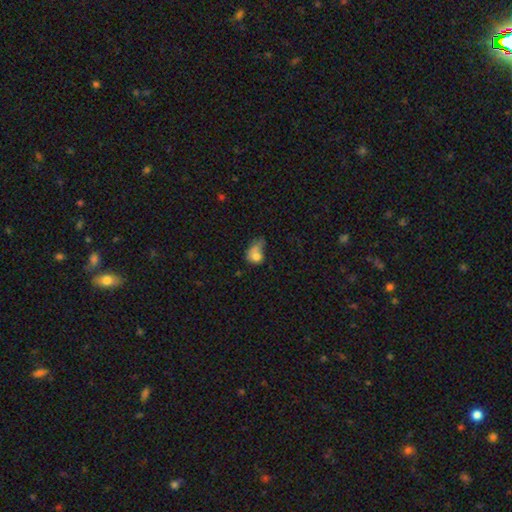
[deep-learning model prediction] smooth_or_featured: smooth (p=0.73) [alt: featured or disk p=0.16]
how_rounded: in between (p=0.53) [alt: round p=0.45]
merging: major disturbance (p=0.33) [alt: merger p=0.23]